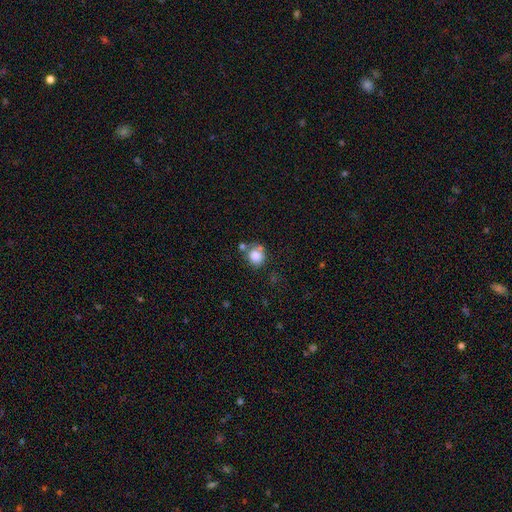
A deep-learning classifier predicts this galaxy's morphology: Smooth or featured?
  - smooth: 82% *
  - star or artifact: 10%
  - featured or disk: 8%
How rounded?
  - round: 81% *
  - in between: 18%
  - cigar-shaped: 1%
Merging?
  - none: 59% *
  - merger: 19%
  - minor disturbance: 16%
  - major disturbance: 6%